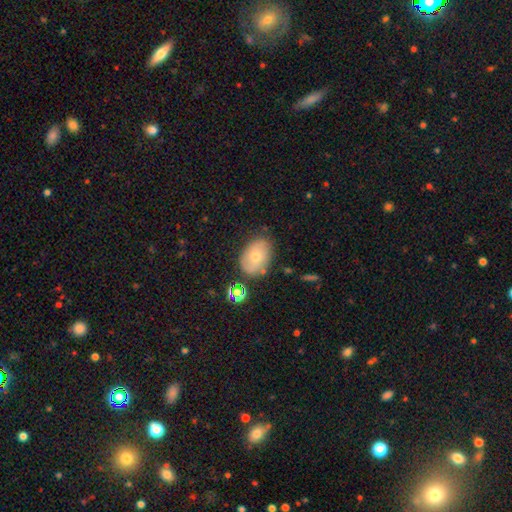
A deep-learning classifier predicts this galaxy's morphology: smooth 59%, featured or disk 30%, star or artifact 11%. Down the decision tree: how rounded — in between (78%); merging — none (73%).